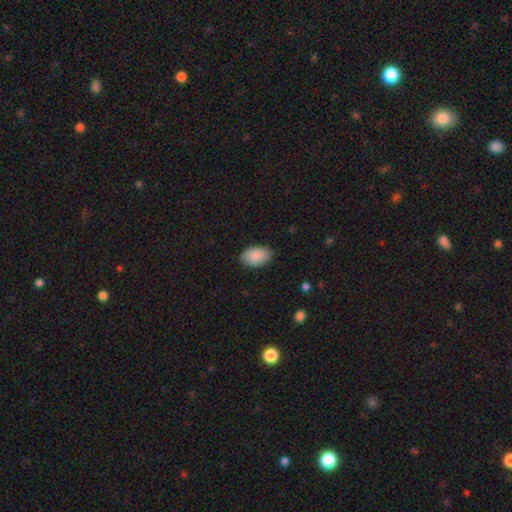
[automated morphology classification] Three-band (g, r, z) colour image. It shows a smooth galaxy with no disk features (90%) that is in between round and cigar-shaped (92%). Merging: none (81%).